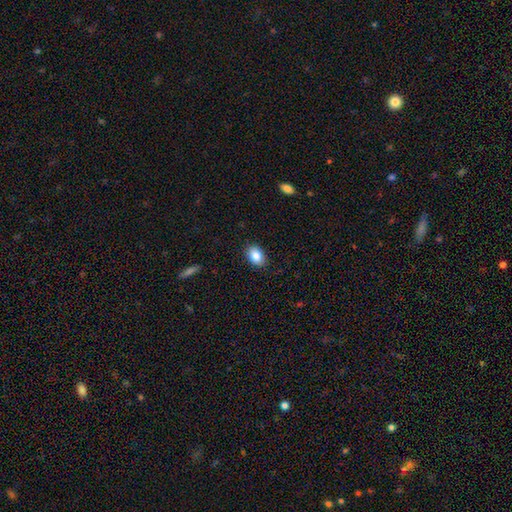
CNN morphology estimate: Q: Smooth or featured?
A: smooth (86%); runner-up: star or artifact (8%)
Q: How rounded?
A: in between (81%); runner-up: round (18%)
Q: Merging?
A: none (88%); runner-up: minor disturbance (9%)